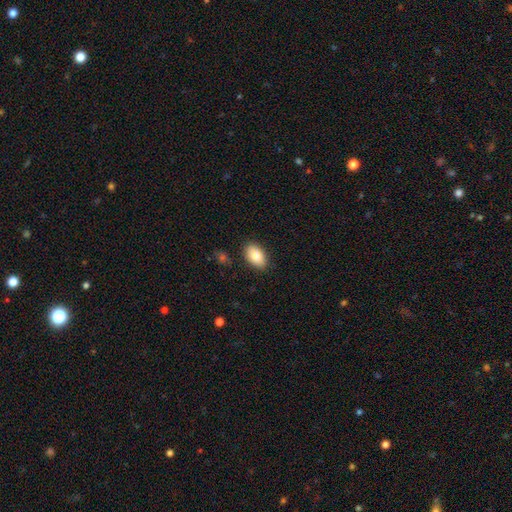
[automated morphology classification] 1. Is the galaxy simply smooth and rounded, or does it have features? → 83% smooth, 10% featured or disk, 7% star or artifact.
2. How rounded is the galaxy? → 92% in between, 7% round, 1% cigar-shaped.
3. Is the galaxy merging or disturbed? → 86% none, 10% minor disturbance, 2% major disturbance, 1% merger.